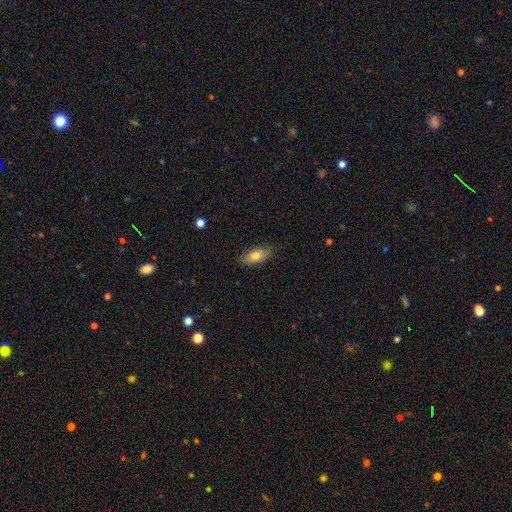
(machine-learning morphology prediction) Smooth or featured? Predicted: smooth (p=0.77). How rounded? Predicted: in between (p=0.84). Merging? Predicted: none (p=0.86).